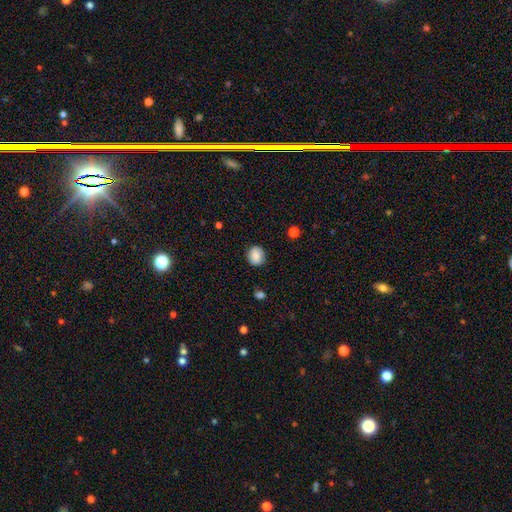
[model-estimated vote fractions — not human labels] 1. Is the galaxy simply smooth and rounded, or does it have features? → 83% smooth, 9% featured or disk, 9% star or artifact.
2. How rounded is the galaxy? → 75% round, 24% in between, 1% cigar-shaped.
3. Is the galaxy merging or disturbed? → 84% none, 12% minor disturbance, 3% major disturbance, 1% merger.